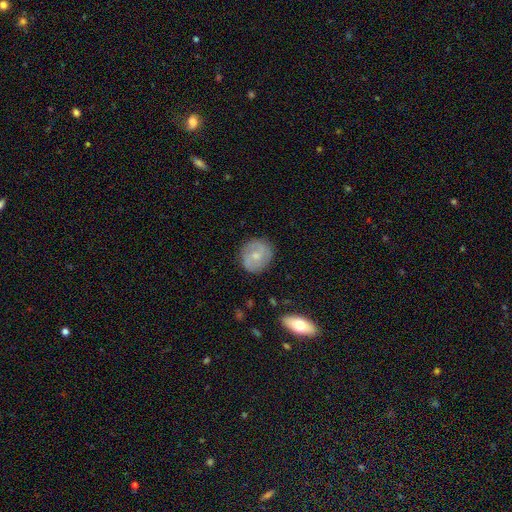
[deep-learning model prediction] smooth_or_featured: smooth (p=0.48) [alt: featured or disk p=0.45]
merging: none (p=0.84) [alt: minor disturbance p=0.12]